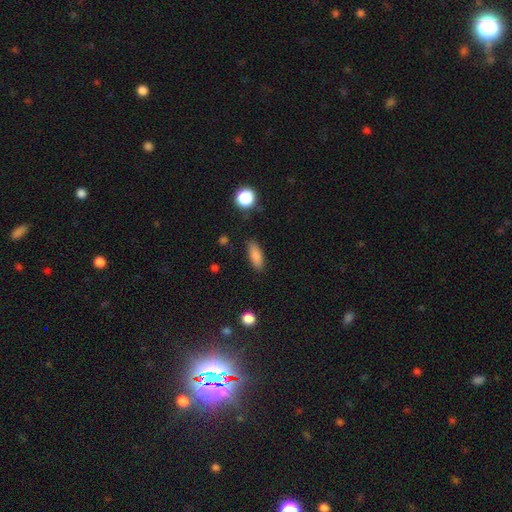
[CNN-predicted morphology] type=smooth (84%); roundness=in between (63%); merging=none (84%).